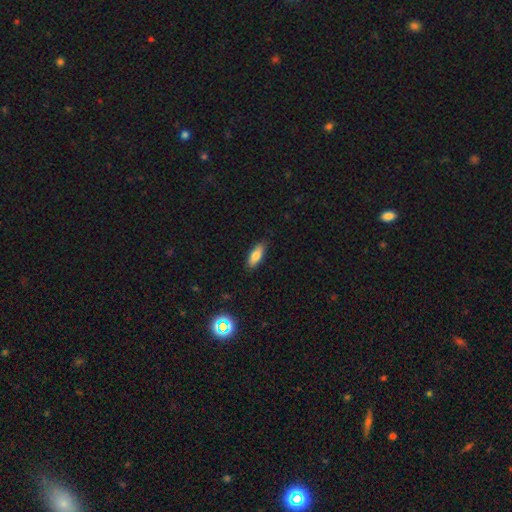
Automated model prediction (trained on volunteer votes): smooth 80%, featured or disk 12%, star or artifact 8%. Down the decision tree: how rounded — in between (71%); merging — none (85%).